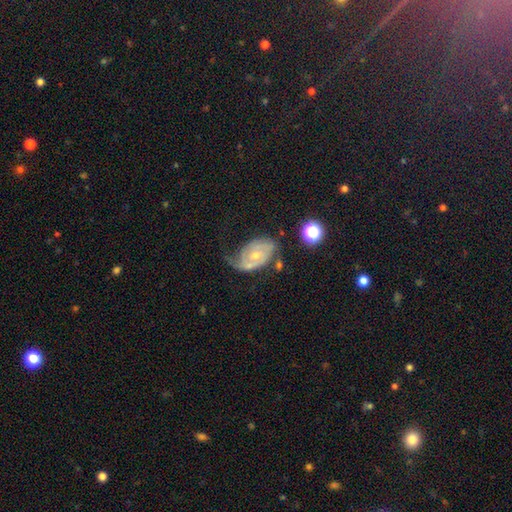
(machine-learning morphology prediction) smooth-or-featured: featured or disk: 78% | smooth: 14% | star or artifact: 8%
  disk-edge-on: no: 96% | yes: 4%
    bar: no: 63% | weak: 31% | strong: 6%
    has-spiral-arms: yes: 90% | no: 10%
      spiral-winding: tight: 47% | medium: 37% | loose: 16%
      spiral-arm-count: 2: 55% | can't tell: 21% | 1: 16% | 3: 4% | 4: 2% | more than 4: 2%
    bulge-size: small: 53% | moderate: 42% | none: 2% | large: 2% | dominant: 1%
  merging: none: 44% | minor disturbance: 30% | major disturbance: 20% | merger: 5%